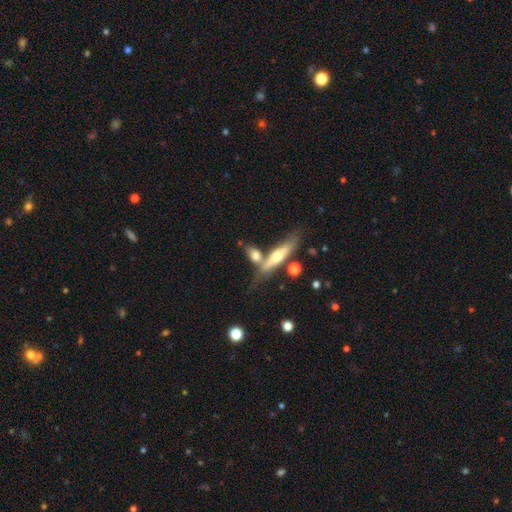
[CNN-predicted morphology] smooth-or-featured: smooth: 51% | featured or disk: 42% | star or artifact: 6%
  how-rounded: cigar-shaped: 47% (tied) | in between: 47% (tied) | round: 6%
  merging: none: 44% | merger: 36% | minor disturbance: 14% | major disturbance: 6%